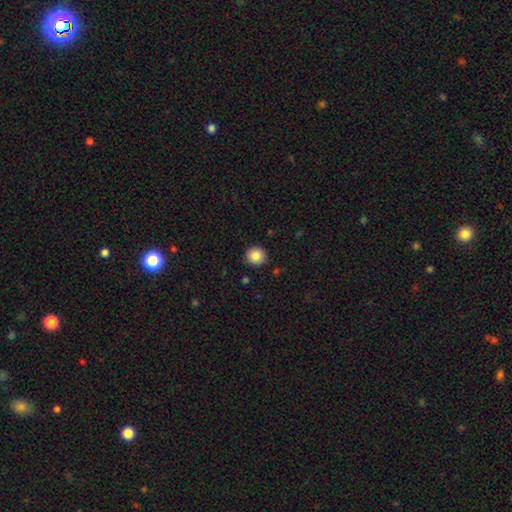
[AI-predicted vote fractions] Morphology: type=smooth (86%); roundness=round (93%); merging=none (91%).